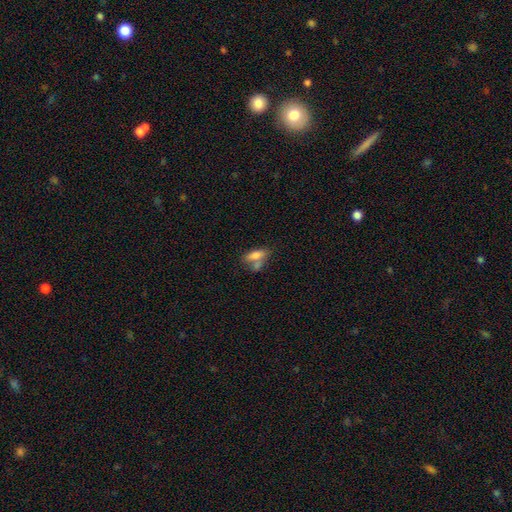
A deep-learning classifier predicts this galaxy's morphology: Q: Smooth or featured?
A: smooth (75%); runner-up: featured or disk (15%)
Q: How rounded?
A: in between (70%); runner-up: cigar-shaped (26%)
Q: Merging?
A: none (41%); runner-up: merger (35%)